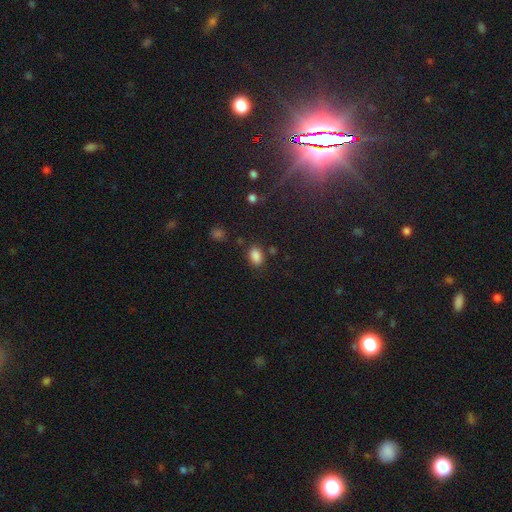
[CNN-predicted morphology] type=smooth (85%); roundness=in between (82%); merging=none (79%).